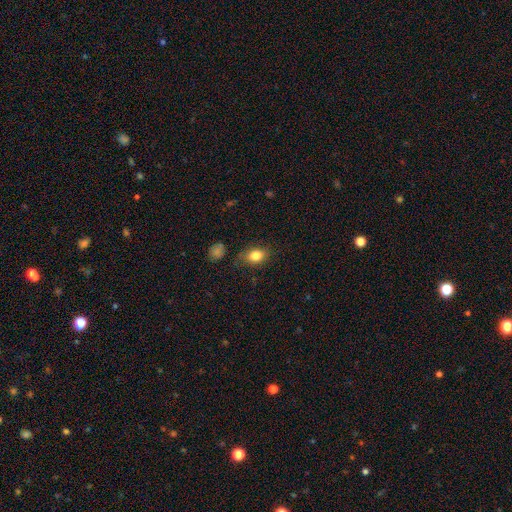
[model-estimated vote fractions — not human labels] Smooth or featured?
  - smooth: 82% *
  - star or artifact: 9%
  - featured or disk: 9%
How rounded?
  - in between: 73% *
  - round: 25%
  - cigar-shaped: 2%
Merging?
  - none: 76% *
  - minor disturbance: 17%
  - major disturbance: 4%
  - merger: 2%